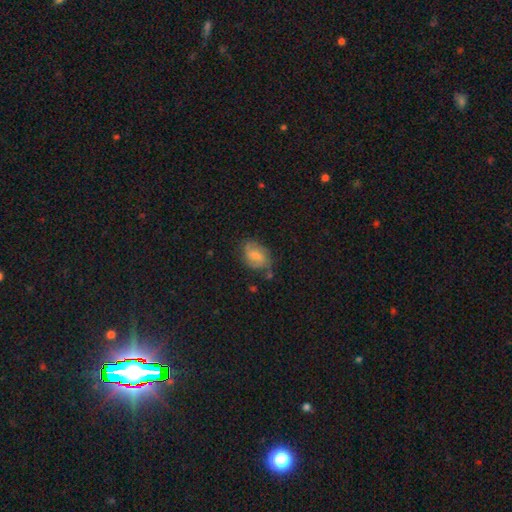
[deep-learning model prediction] smooth-or-featured: smooth: 56% | featured or disk: 36% | star or artifact: 8%
  how-rounded: in between: 80% | round: 18% | cigar-shaped: 2%
  merging: none: 51% | minor disturbance: 31% | major disturbance: 13% | merger: 5%